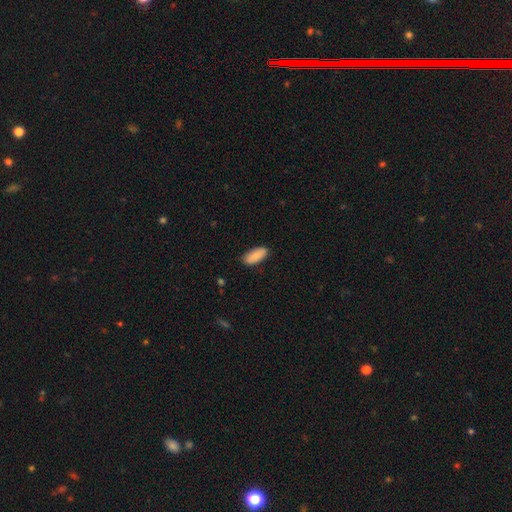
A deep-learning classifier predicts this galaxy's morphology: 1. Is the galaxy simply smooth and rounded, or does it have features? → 87% smooth, 7% featured or disk, 6% star or artifact.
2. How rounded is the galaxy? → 87% in between, 11% cigar-shaped, 2% round.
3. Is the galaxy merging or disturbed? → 84% none, 12% minor disturbance, 2% major disturbance, 1% merger.